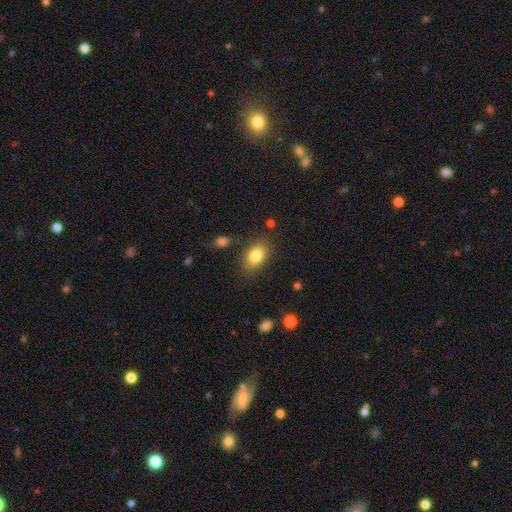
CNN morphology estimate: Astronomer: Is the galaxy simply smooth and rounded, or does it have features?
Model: smooth — 82%.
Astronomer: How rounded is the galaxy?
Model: in between — 85%.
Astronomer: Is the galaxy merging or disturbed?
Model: none — 81%.